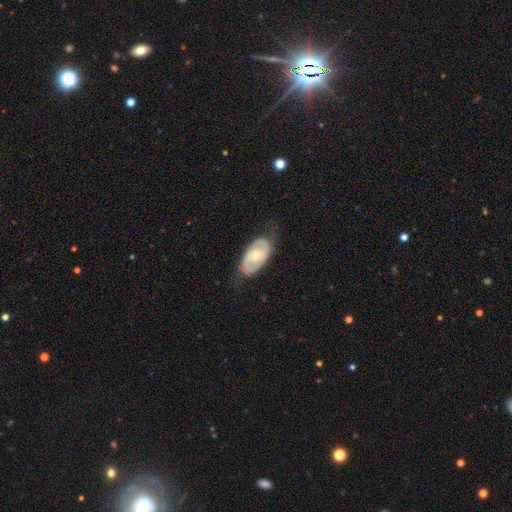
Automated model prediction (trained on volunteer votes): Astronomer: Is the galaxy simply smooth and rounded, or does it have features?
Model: featured or disk — 56% (runner-up: smooth, 39%).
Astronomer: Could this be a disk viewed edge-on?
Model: no — 91%.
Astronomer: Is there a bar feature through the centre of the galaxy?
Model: no — 64%.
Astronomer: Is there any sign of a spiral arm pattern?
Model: no — 58% (runner-up: yes, 42%).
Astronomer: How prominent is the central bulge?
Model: moderate — 59% (runner-up: small, 36%).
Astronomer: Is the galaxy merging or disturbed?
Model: none — 72%.